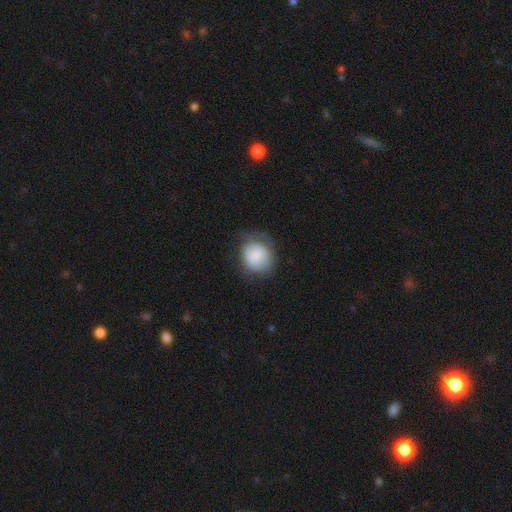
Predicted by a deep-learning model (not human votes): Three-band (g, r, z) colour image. It shows a smooth galaxy with no disk features (75%) that is round (77%). Merging: none (56%).